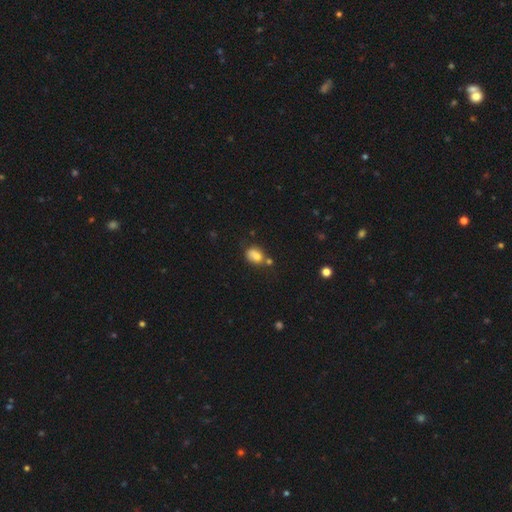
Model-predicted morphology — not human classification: smooth 77%, featured or disk 12%, star or artifact 11%. Down the decision tree: how rounded — in between (66%); merging — none (48%).